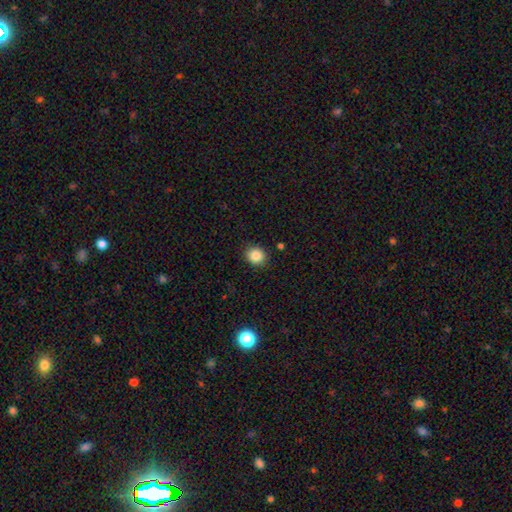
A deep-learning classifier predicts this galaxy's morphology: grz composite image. It shows a smooth galaxy with no disk features (85%) that is round (78%). Merging: none (89%).